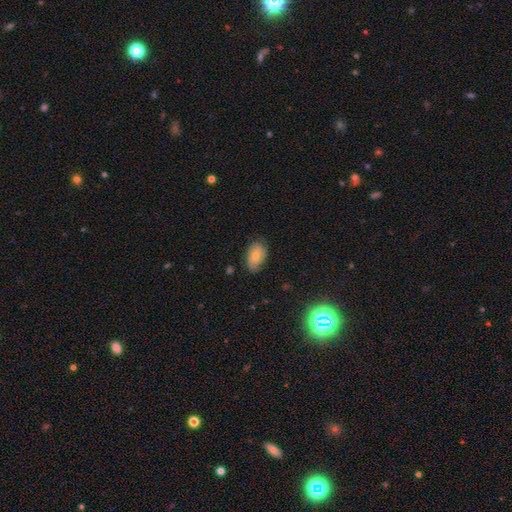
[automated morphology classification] Smooth or featured?
  - smooth: 67% *
  - featured or disk: 24%
  - star or artifact: 9%
How rounded?
  - in between: 91% *
  - round: 7%
  - cigar-shaped: 2%
Merging?
  - none: 70% *
  - minor disturbance: 24%
  - major disturbance: 5%
  - merger: 1%